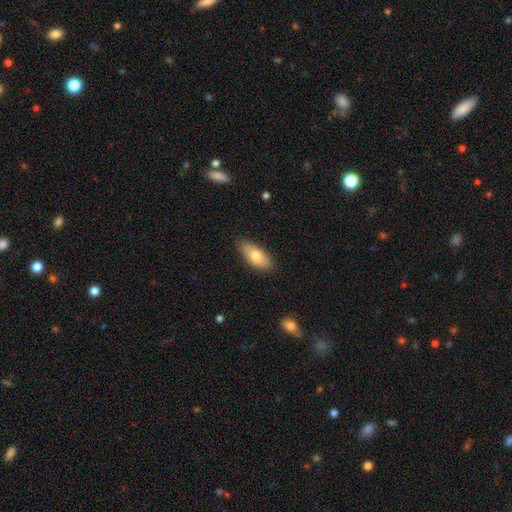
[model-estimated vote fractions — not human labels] Smooth or featured: smooth — 75% (featured or disk — 18%)
How rounded: in between — 83% (cigar-shaped — 15%)
Merging: none — 81% (minor disturbance — 15%)